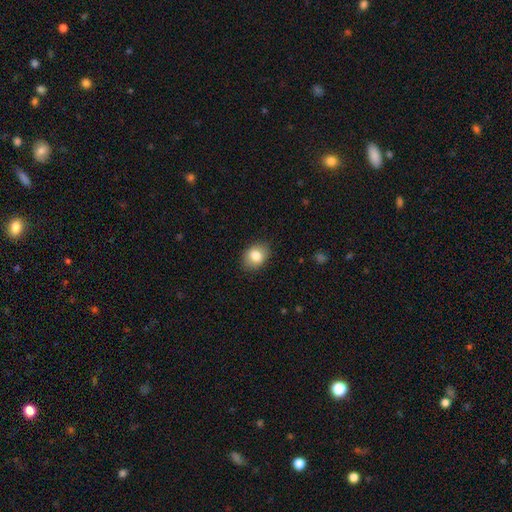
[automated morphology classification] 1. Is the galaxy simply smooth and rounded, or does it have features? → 82% smooth, 10% featured or disk, 9% star or artifact.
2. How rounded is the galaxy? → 63% in between, 36% round, 1% cigar-shaped.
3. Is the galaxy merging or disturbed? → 87% none, 10% minor disturbance, 2% major disturbance, 1% merger.